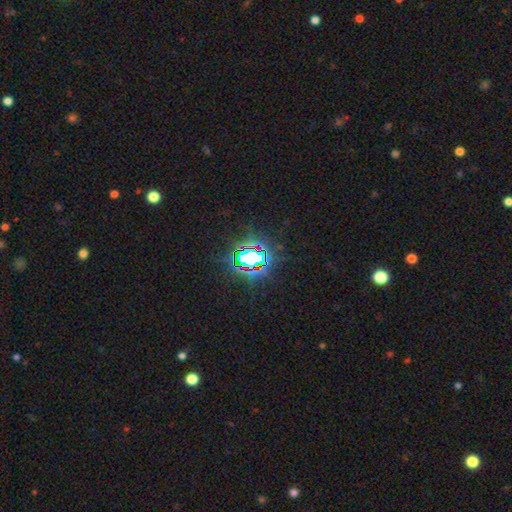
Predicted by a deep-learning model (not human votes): star or artifact 79%, smooth 12%, featured or disk 9%.